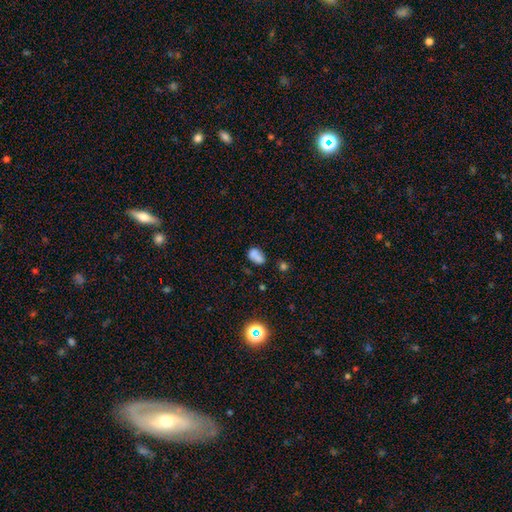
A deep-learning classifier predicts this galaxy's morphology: smooth 73%, star or artifact 14%, featured or disk 13%. Down the decision tree: how rounded — in between (84%); merging — none (51%).